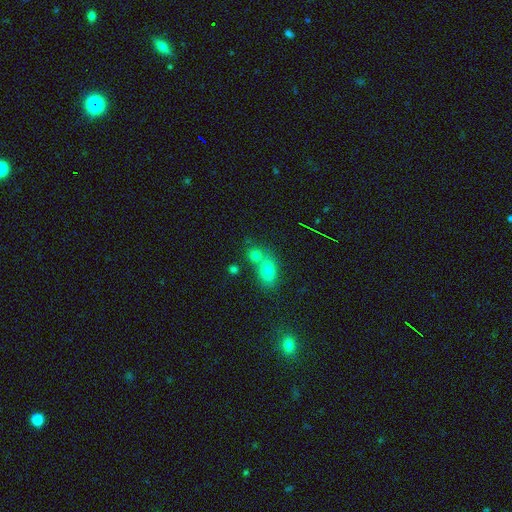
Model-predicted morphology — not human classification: This is likely a smooth galaxy (73%). How rounded: possibly round (54%). Merging: possibly merger (45%).